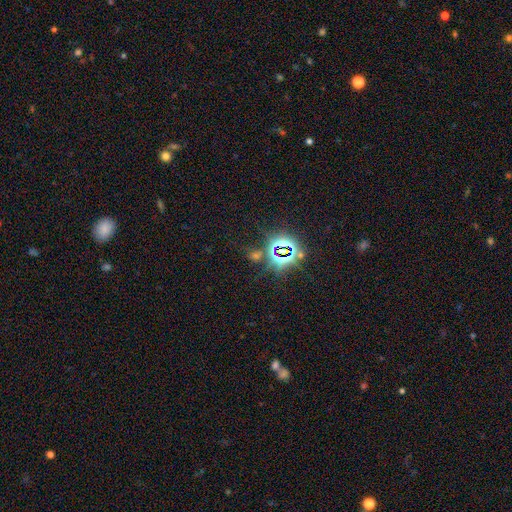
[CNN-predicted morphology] Smooth or featured: star or artifact — 76% (smooth — 15%)